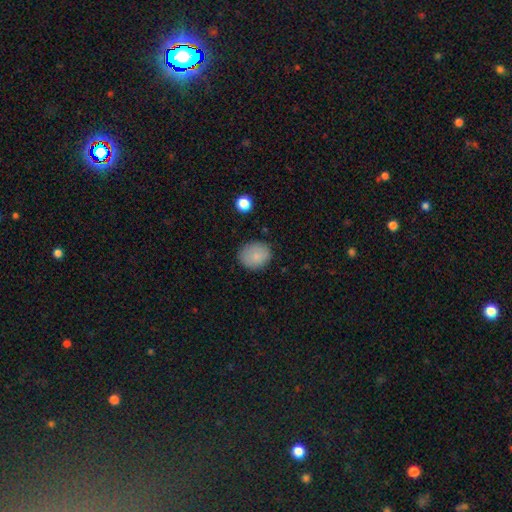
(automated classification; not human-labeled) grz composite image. It shows a smooth galaxy with no disk features (84%) that is round (62%). Merging: none (83%).